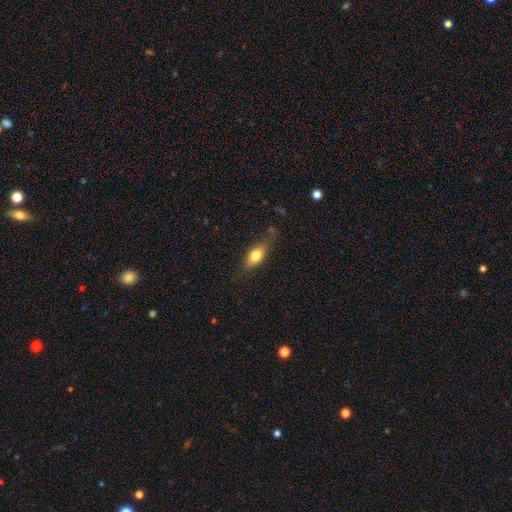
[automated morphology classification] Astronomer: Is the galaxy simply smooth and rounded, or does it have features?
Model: smooth — 76%.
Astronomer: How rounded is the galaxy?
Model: in between — 83%.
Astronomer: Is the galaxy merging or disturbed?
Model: none — 71%.